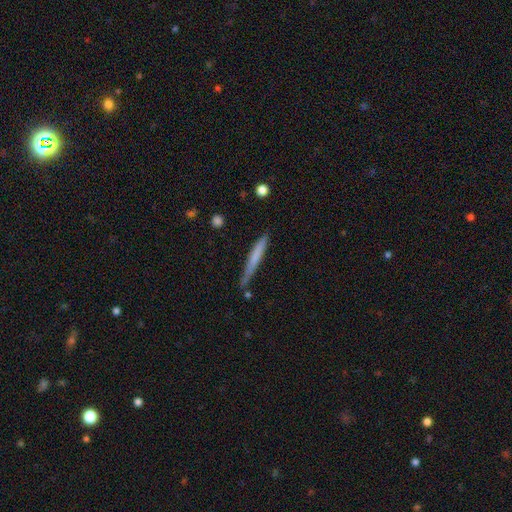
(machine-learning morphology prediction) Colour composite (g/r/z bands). It shows a smooth galaxy with no disk features (63%) that is cigar-shaped (96%). Merging: none (75%).